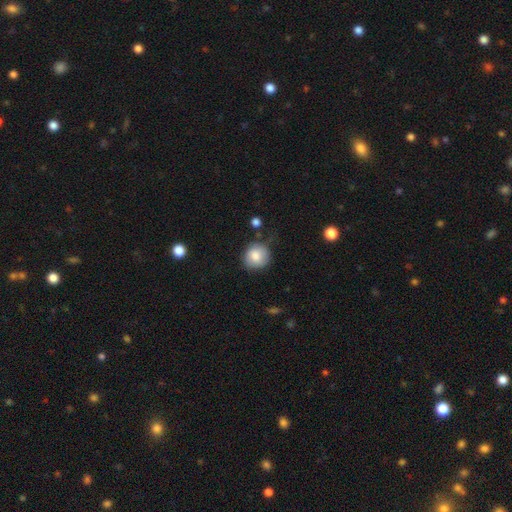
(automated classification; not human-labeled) Overall: smooth (82%). How rounded: round (87%). Merging: none (72%).